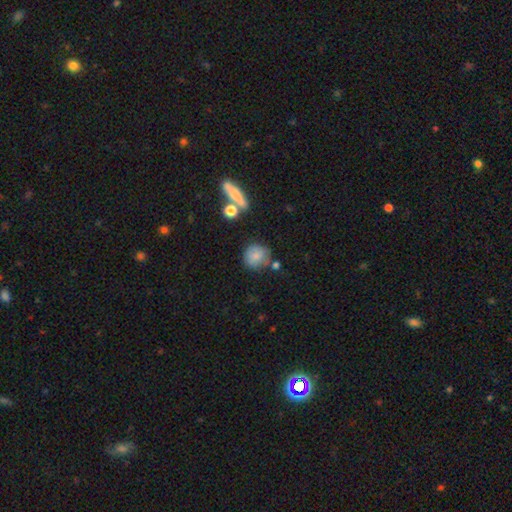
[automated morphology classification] A smooth galaxy with no disk features (77%) that is round (84%).

Vote fractions:
- Smooth or featured? smooth: 77% / featured or disk: 13% / star or artifact: 10%
- How rounded? round: 84% / in between: 14% / cigar-shaped: 2%
- Merging? none: 65% / minor disturbance: 17% / merger: 11% / major disturbance: 6%